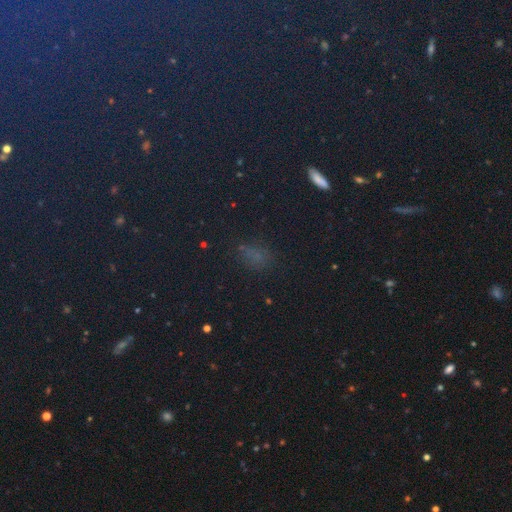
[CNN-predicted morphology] This is possibly a smooth galaxy (47%). Merging: likely none (73%).